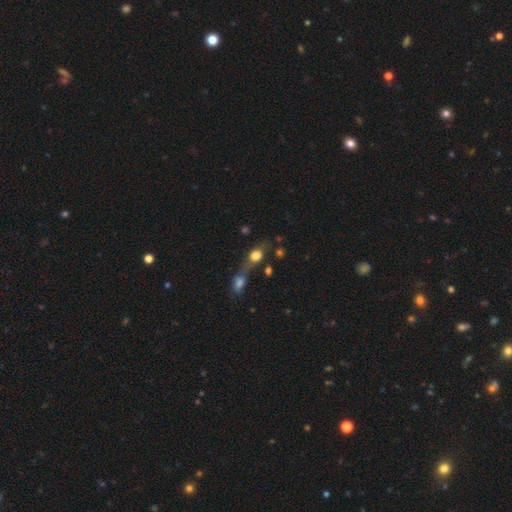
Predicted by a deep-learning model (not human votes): A smooth galaxy with no disk features (73%) that is in between round and cigar-shaped (57%). Merging: merger (54%).